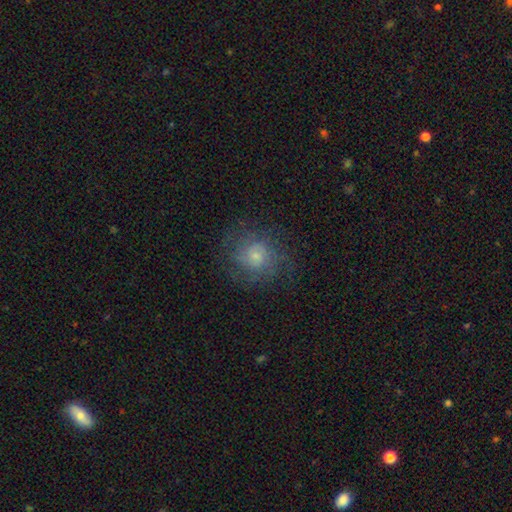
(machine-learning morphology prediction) This is possibly a smooth galaxy (46%). Merging: likely none (73%).